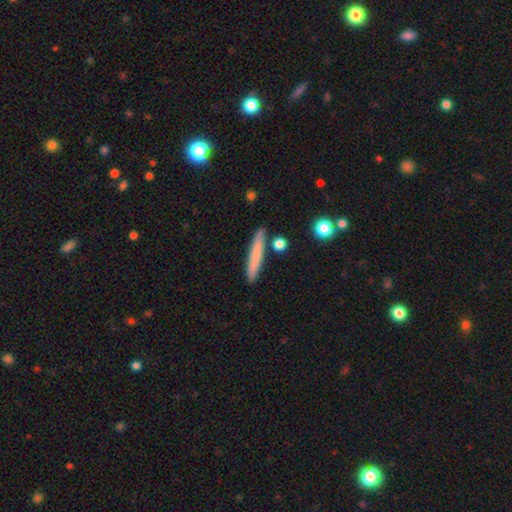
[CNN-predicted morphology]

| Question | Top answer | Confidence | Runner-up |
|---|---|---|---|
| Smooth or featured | smooth | 73% | featured or disk (21%) |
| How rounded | cigar-shaped | 94% | in between (5%) |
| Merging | none | 85% | minor disturbance (9%) |